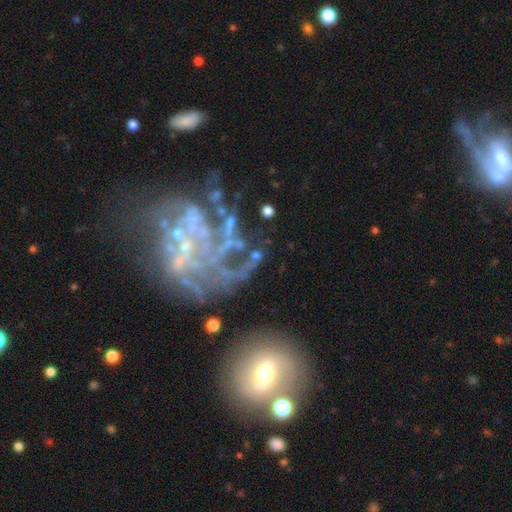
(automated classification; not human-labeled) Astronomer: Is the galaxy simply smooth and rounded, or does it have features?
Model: featured or disk — 52%.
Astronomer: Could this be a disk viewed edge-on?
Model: no — 95%.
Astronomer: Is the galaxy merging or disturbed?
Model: none — 48% (runner-up: major disturbance, 24%).